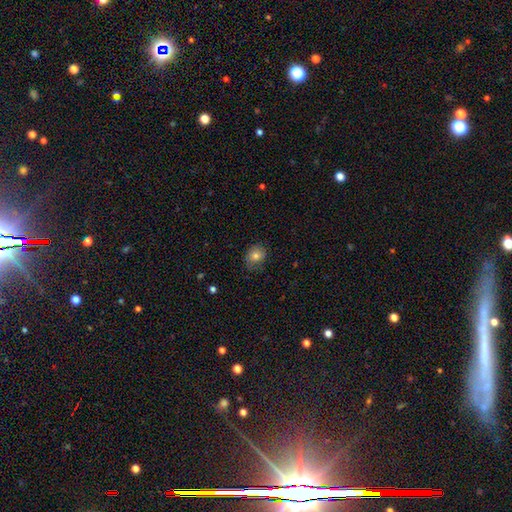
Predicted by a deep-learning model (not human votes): This is likely a smooth galaxy (78%). How rounded: possibly round (54%). Merging: likely none (73%).